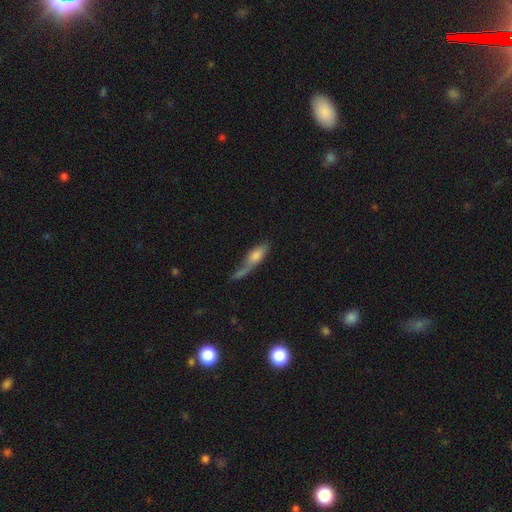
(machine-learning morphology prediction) smooth_or_featured: smooth (p=0.67) [alt: featured or disk p=0.25]
how_rounded: in between (p=0.54) [alt: cigar-shaped p=0.42]
merging: major disturbance (p=0.27) [alt: merger p=0.26]